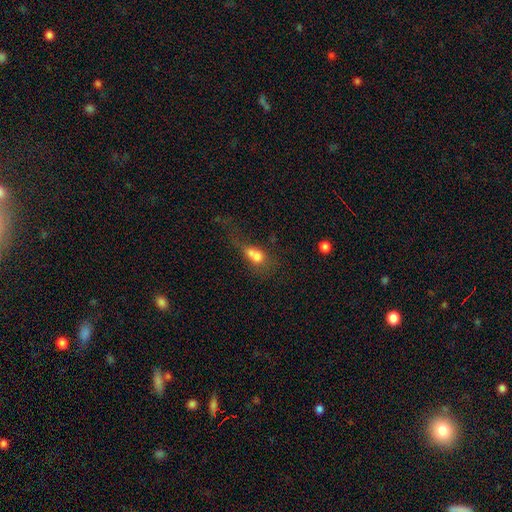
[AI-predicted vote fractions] Morphology: type=smooth (64%); roundness=in between (59%); merging=merger (54%).